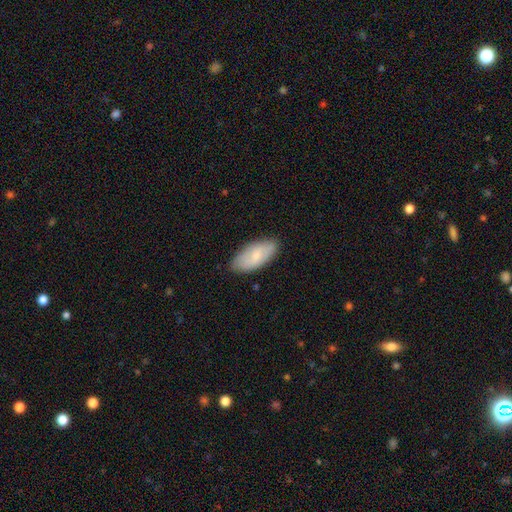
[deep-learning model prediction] Overall: smooth (73%). How rounded: in between (91%). Merging: none (83%).